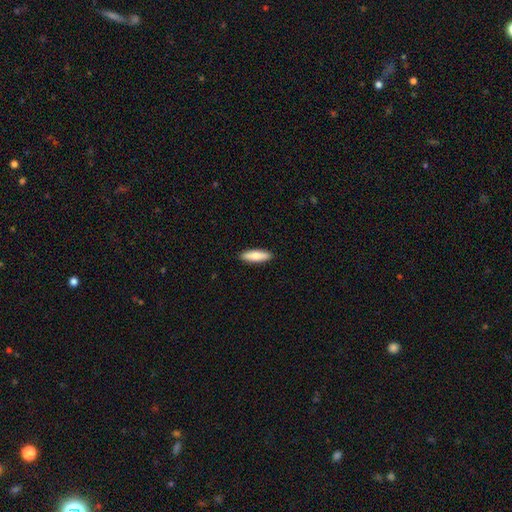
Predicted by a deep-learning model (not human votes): smooth 77%, featured or disk 18%, star or artifact 5%. Down the decision tree: how rounded — cigar-shaped (59%); merging — none (91%).